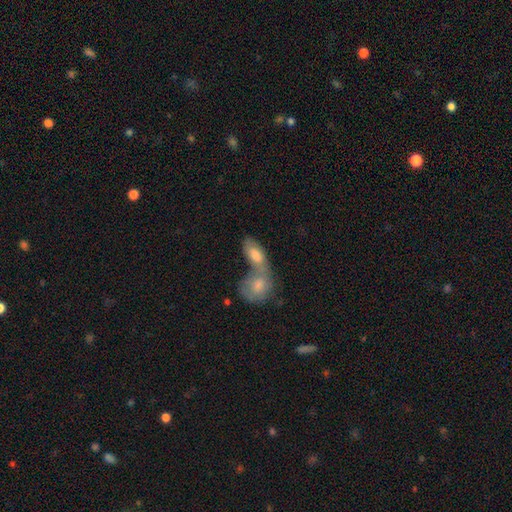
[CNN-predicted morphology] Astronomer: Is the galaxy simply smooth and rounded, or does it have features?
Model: smooth — 69%.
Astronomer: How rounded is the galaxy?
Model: in between — 83%.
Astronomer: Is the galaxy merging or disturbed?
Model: merger — 69%.